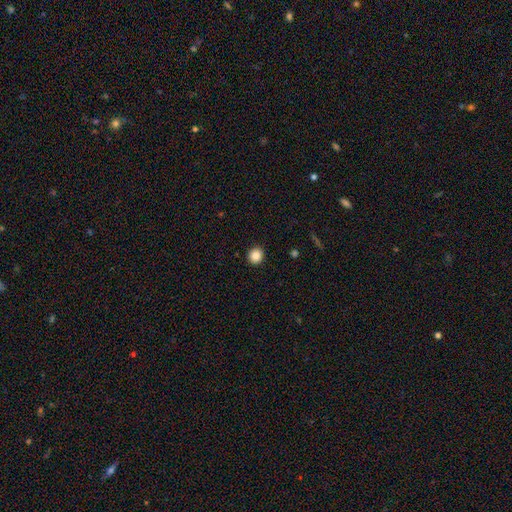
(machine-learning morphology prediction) smooth 86%, star or artifact 10%, featured or disk 4%. Down the decision tree: how rounded — round (88%); merging — none (92%).